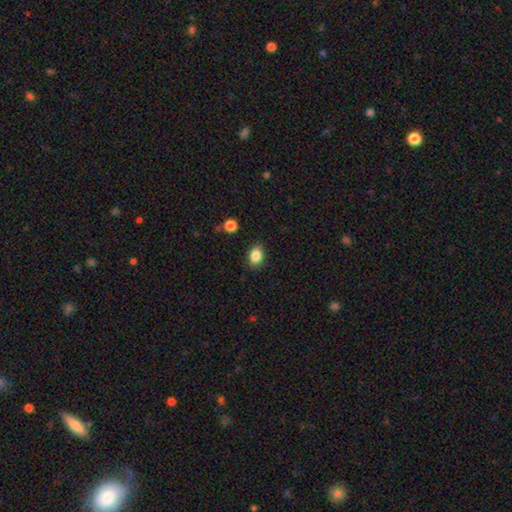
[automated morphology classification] Q: Smooth or featured?
A: smooth (85%); runner-up: star or artifact (9%)
Q: How rounded?
A: in between (72%); runner-up: round (27%)
Q: Merging?
A: none (86%); runner-up: minor disturbance (10%)